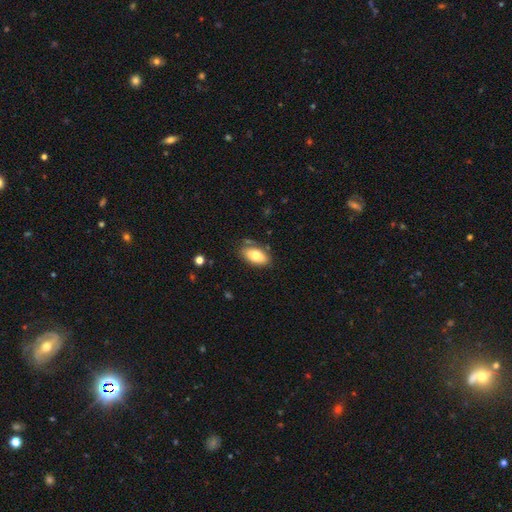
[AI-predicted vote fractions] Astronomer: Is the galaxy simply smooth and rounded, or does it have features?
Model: smooth — 75%.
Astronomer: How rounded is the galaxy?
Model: in between — 92%.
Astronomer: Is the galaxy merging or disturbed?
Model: none — 76%.